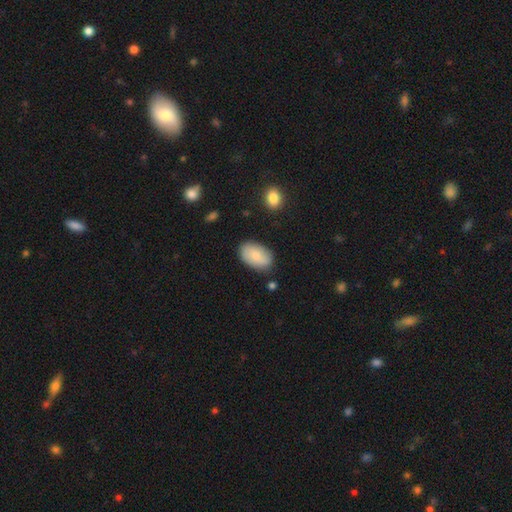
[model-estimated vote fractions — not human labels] This appears to be a smooth galaxy with no disk features (82%) that is in between round and cigar-shaped (92%). Merging: none (79%).